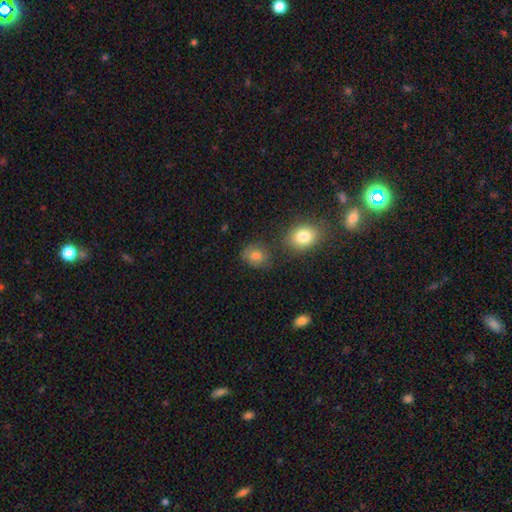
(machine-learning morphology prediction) Overall: smooth (78%). How rounded: round (51%; in between 48%). Merging: none (72%).